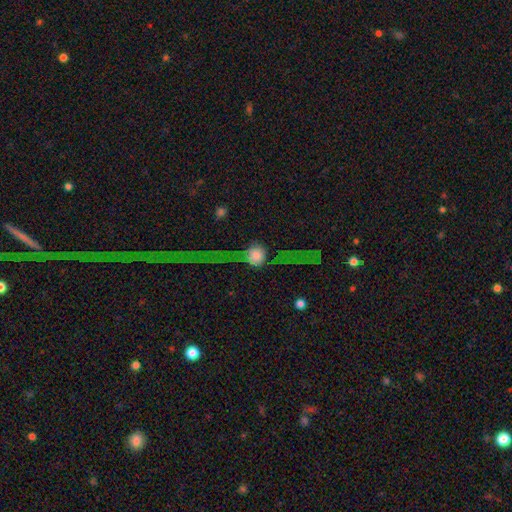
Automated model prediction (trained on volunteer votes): This appears to be a smooth galaxy with no disk features (53%) that is round (85%). Merging: none (58%).